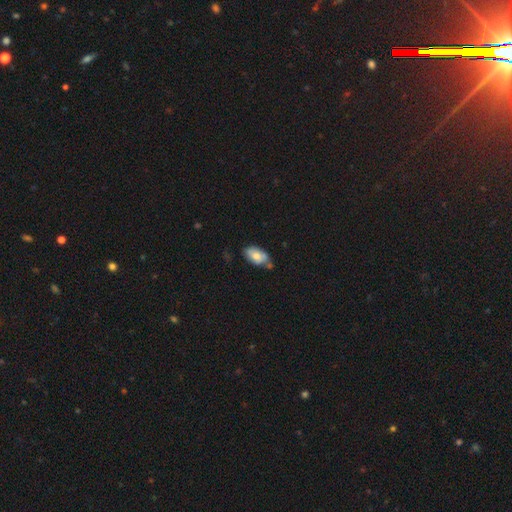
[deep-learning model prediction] Smooth or featured? Predicted: smooth (p=0.69). How rounded? Predicted: in between (p=0.93). Merging? Predicted: none (p=0.56).